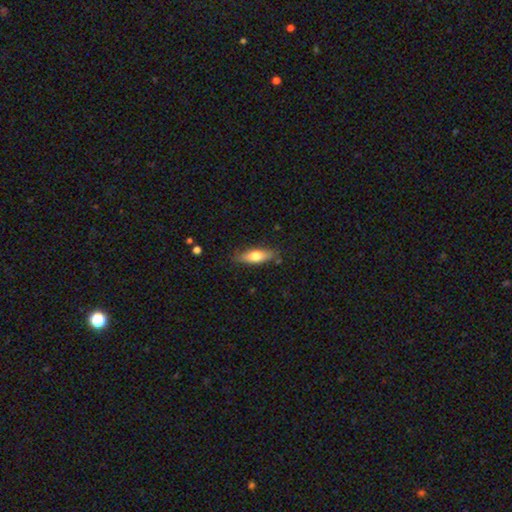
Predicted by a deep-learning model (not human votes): smooth-or-featured: smooth: 68% | featured or disk: 26% | star or artifact: 6%
  how-rounded: in between: 58% | cigar-shaped: 39% | round: 3%
  merging: none: 79% | minor disturbance: 16% | major disturbance: 3% | merger: 2%